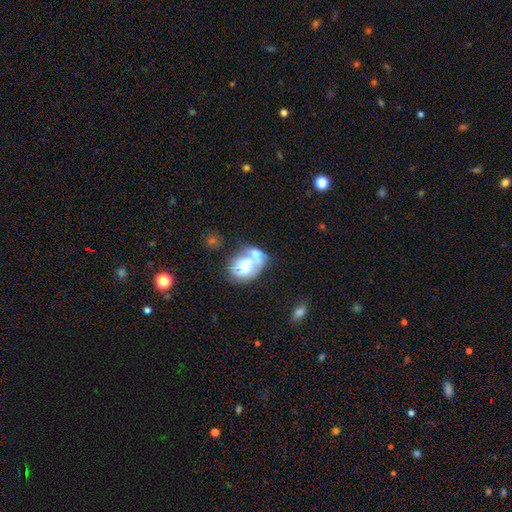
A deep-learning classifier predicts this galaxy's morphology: This is possibly a smooth galaxy (58%). How rounded: possibly in between (59%). Merging: possibly merger (57%).